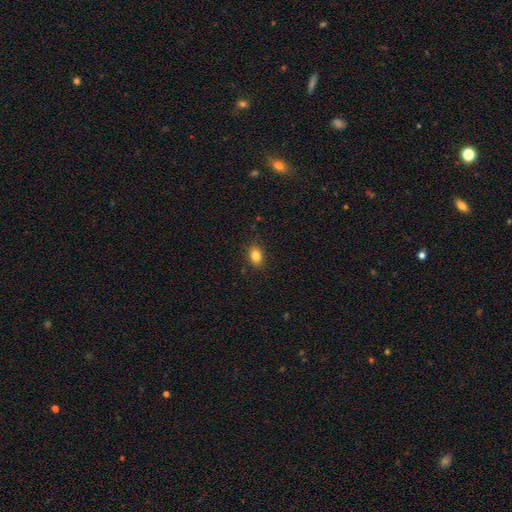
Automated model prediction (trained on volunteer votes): This is clearly a smooth galaxy (84%). How rounded: likely in between (78%). Merging: clearly none (88%).